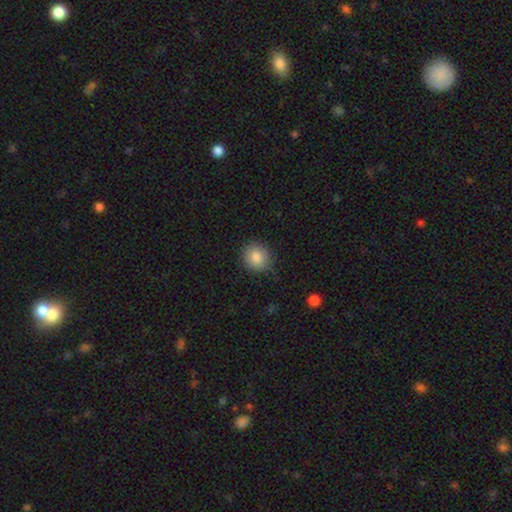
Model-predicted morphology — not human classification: Smooth or featured: smooth — 84% (star or artifact — 10%)
How rounded: round — 85% (in between — 14%)
Merging: none — 84% (minor disturbance — 12%)